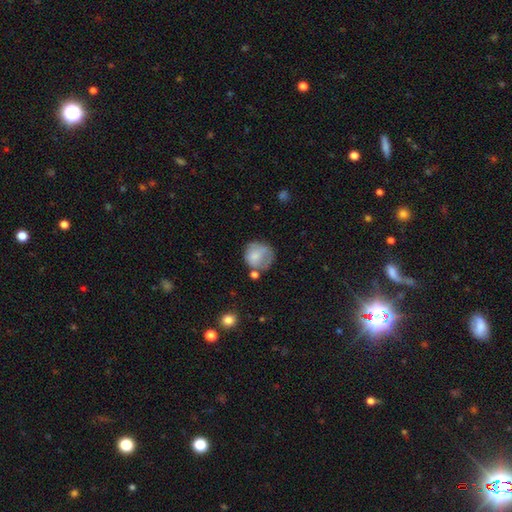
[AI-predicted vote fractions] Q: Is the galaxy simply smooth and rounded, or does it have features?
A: smooth — 72%.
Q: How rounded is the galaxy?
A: round — 80%.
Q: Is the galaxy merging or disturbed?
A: none — 46%.